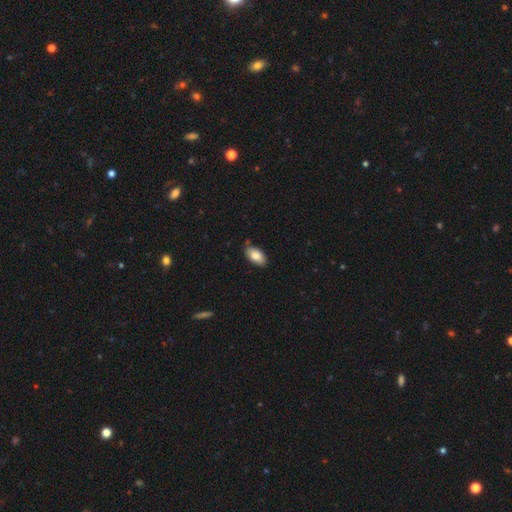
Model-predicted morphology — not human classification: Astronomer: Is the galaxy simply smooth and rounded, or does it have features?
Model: smooth — 83%.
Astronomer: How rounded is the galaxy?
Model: in between — 94%.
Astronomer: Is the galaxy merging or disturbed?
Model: none — 81%.